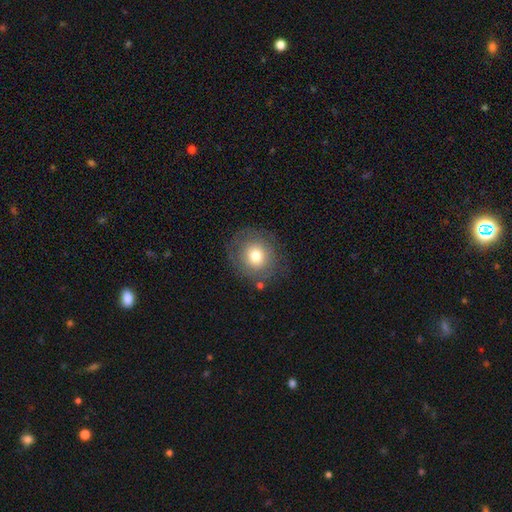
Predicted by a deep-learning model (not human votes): Smooth or featured?
  - smooth: 69% *
  - featured or disk: 20%
  - star or artifact: 10%
How rounded?
  - round: 83% *
  - in between: 17%
  - cigar-shaped: 1%
Merging?
  - none: 78% *
  - minor disturbance: 14%
  - major disturbance: 6%
  - merger: 2%